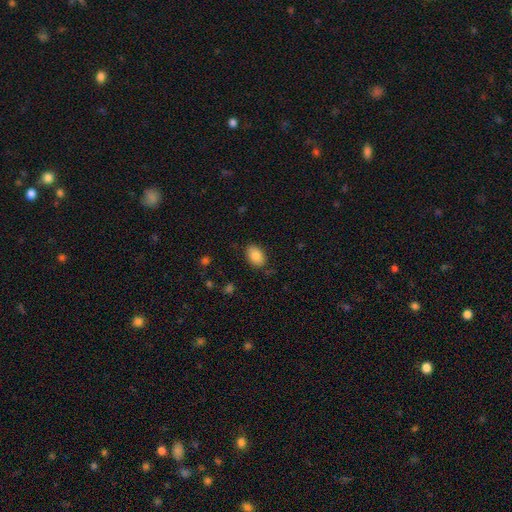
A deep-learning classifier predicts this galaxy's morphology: smooth_or_featured: smooth (p=0.86) [alt: star or artifact p=0.07]
how_rounded: in between (p=0.87) [alt: round p=0.12]
merging: none (p=0.82) [alt: minor disturbance p=0.14]